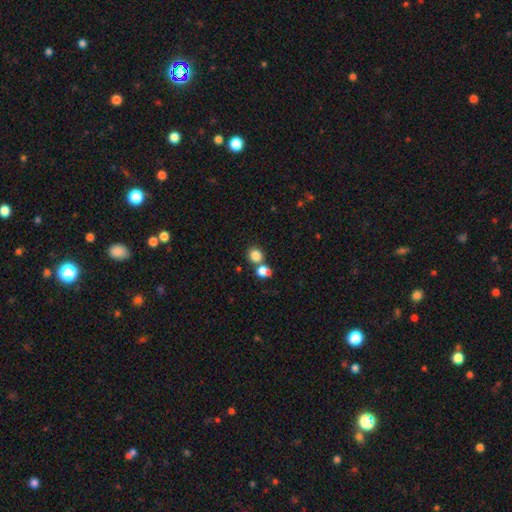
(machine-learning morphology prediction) This appears to be a smooth galaxy with no disk features (83%) that is round (76%). Merging: none (48%).